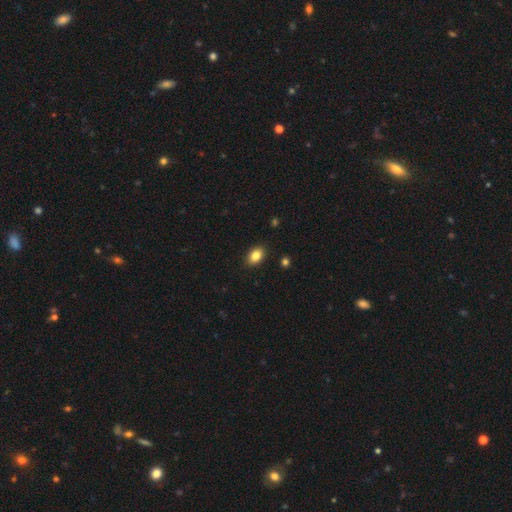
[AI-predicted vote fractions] The model was most divided on "how rounded": in between: 82%, round: 17%, cigar-shaped: 1%. More confident: merging — none (89%); smooth or featured — smooth (85%).